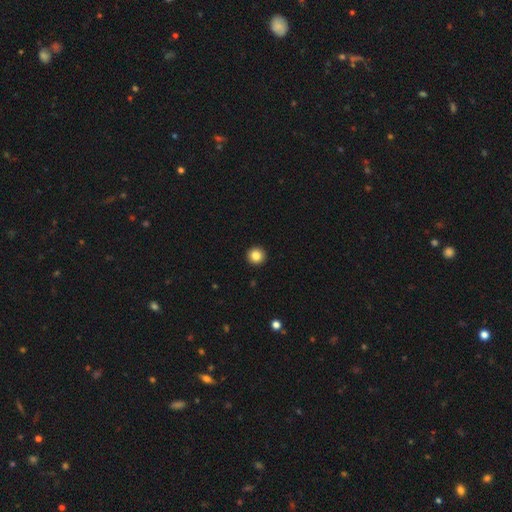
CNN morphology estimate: smooth 84%, star or artifact 10%, featured or disk 6%. Down the decision tree: how rounded — round (96%); merging — none (94%).